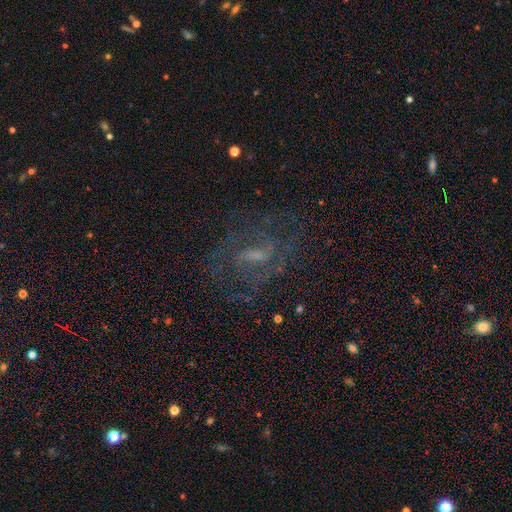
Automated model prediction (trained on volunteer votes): Q: Smooth or featured?
A: featured or disk (71%); runner-up: smooth (15%)
Q: Edge-on disk?
A: no (95%); runner-up: yes (5%)
Q: Bar?
A: weak (52%); runner-up: strong (24%)
Q: Spiral arms?
A: yes (81%); runner-up: no (19%)
Q: Spiral winding?
A: medium (49%); runner-up: tight (30%)
Q: Spiral arm count?
A: 2 (49%); runner-up: can't tell (33%)
Q: Bulge size?
A: small (41%); runner-up: moderate (27%)
Q: Merging?
A: none (65%); runner-up: major disturbance (16%)